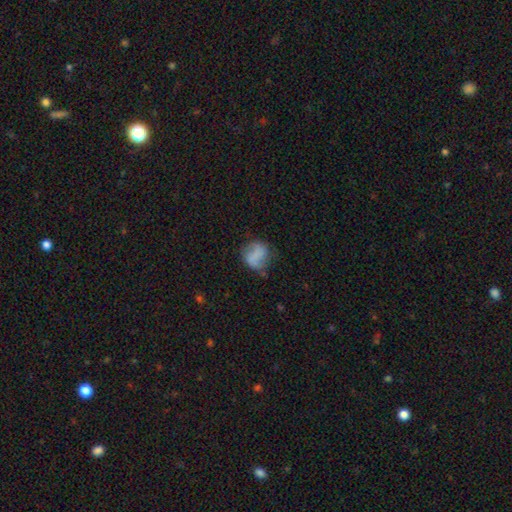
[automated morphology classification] Q: Smooth or featured?
A: smooth (55%); runner-up: featured or disk (35%)
Q: How rounded?
A: round (68%); runner-up: in between (30%)
Q: Merging?
A: none (58%); runner-up: minor disturbance (26%)